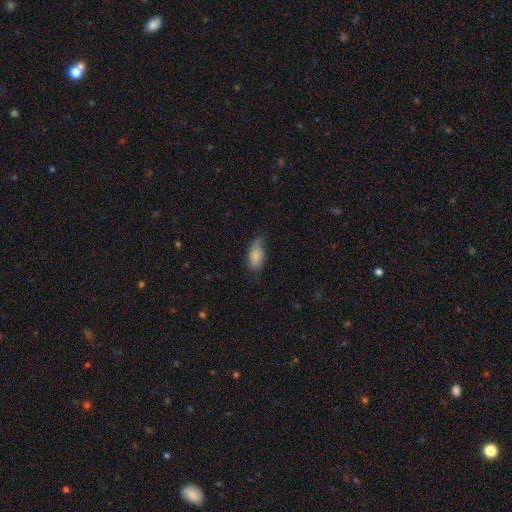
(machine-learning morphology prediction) A smooth galaxy with no disk features (79%) that is in between round and cigar-shaped (92%).

Vote fractions:
- Smooth or featured? smooth: 79% / featured or disk: 14% / star or artifact: 7%
- How rounded? in between: 92% / cigar-shaped: 4% / round: 3%
- Merging? none: 55% / minor disturbance: 34% / major disturbance: 9% / merger: 2%